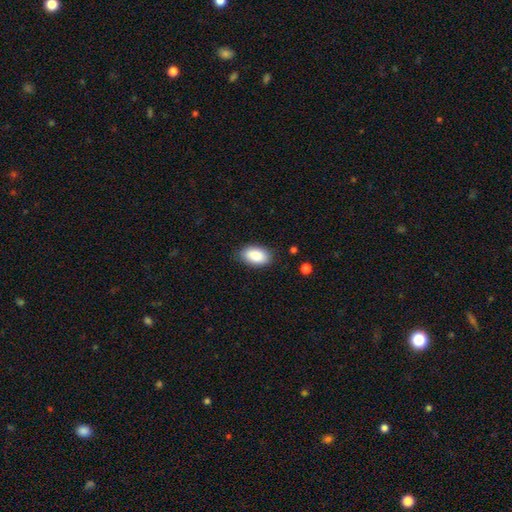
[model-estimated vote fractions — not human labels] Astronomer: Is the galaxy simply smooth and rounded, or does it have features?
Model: smooth — 89%.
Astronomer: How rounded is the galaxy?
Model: in between — 94%.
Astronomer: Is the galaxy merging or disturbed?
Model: none — 85%.